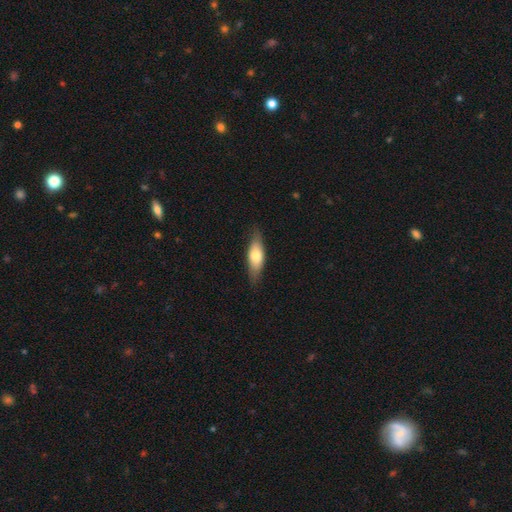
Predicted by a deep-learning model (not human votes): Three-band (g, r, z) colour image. It shows a smooth galaxy with no disk features (66%) that is in between round and cigar-shaped (61%). Merging: none (81%).